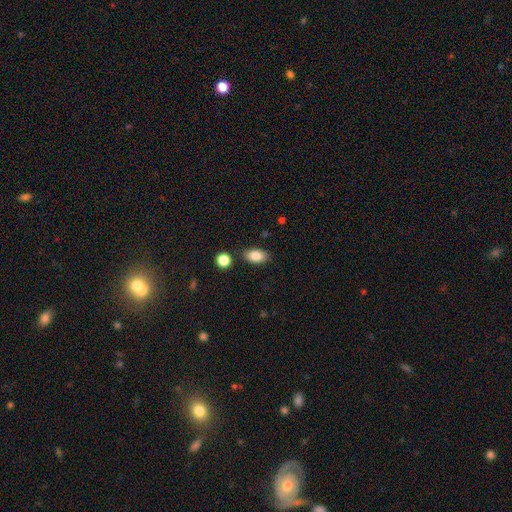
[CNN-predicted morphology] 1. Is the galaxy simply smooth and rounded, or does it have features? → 84% smooth, 8% star or artifact, 7% featured or disk.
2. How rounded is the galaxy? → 89% in between, 8% round, 2% cigar-shaped.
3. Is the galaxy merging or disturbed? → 84% none, 10% minor disturbance, 4% merger, 2% major disturbance.